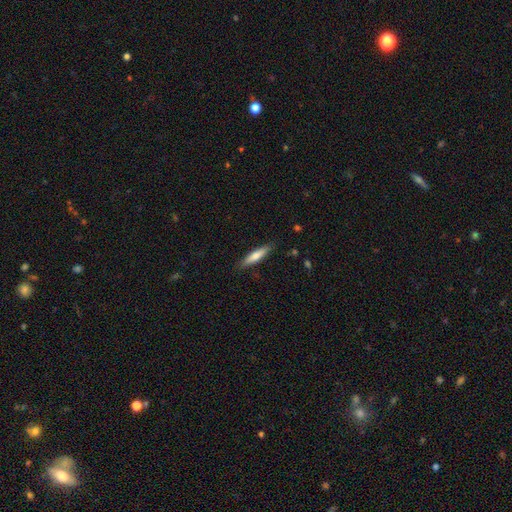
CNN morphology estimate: Smooth or featured: smooth — 68% (featured or disk — 26%)
How rounded: cigar-shaped — 83% (in between — 16%)
Merging: none — 86% (minor disturbance — 11%)